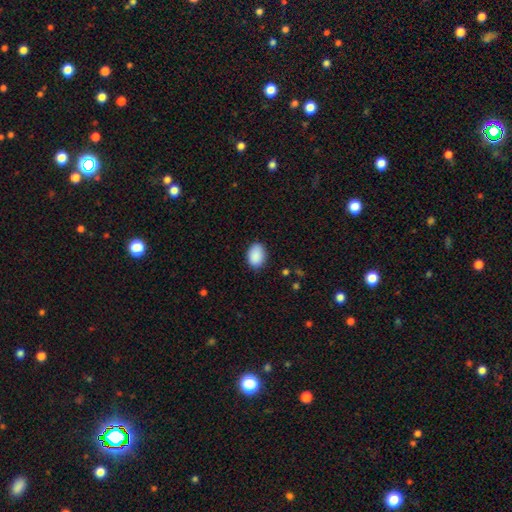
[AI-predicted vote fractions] The model was most divided on "how rounded": in between: 80%, round: 19%, cigar-shaped: 1%. More confident: smooth or featured — smooth (90%); merging — none (84%).